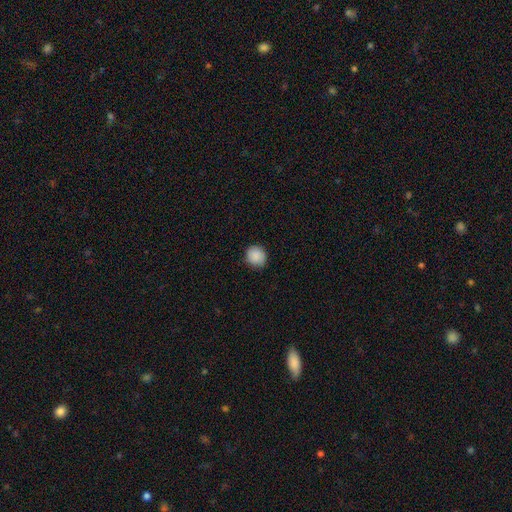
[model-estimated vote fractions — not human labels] smooth_or_featured: smooth (p=0.89) [alt: star or artifact p=0.08]
how_rounded: round (p=0.86) [alt: in between p=0.13]
merging: none (p=0.84) [alt: minor disturbance p=0.13]